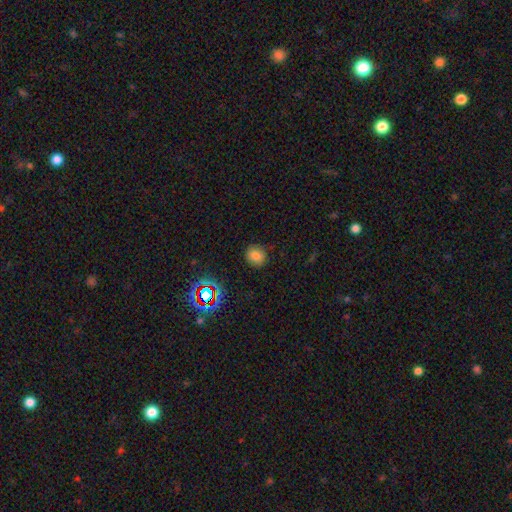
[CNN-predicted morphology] Overall: smooth (78%). How rounded: round (68%; in between 31%). Merging: none (85%).